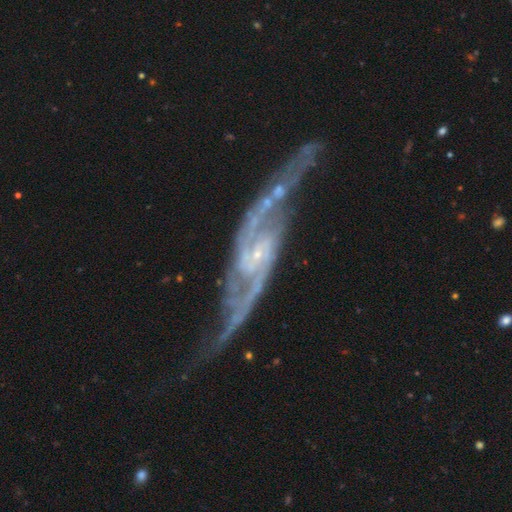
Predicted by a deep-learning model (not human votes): A featured or disk galaxy (91%) with no bar (41%), 2 (89%) medium (44%) spiral arms (98%) and a small central bulge (78%). Merging: none (60%).